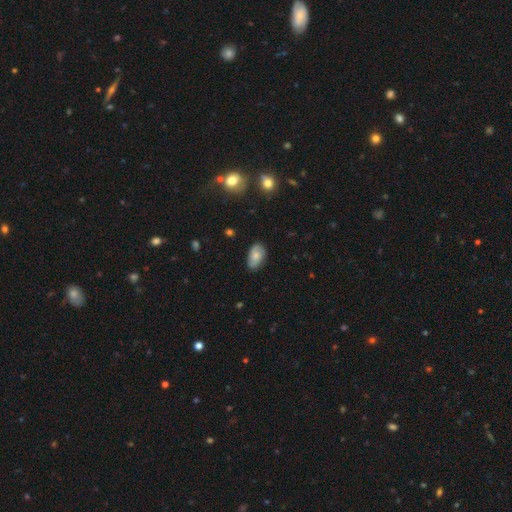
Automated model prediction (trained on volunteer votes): The model was most divided on "smooth or featured": smooth: 59%, featured or disk: 33%, star or artifact: 8%. More confident: how rounded — in between (92%); merging — none (78%).